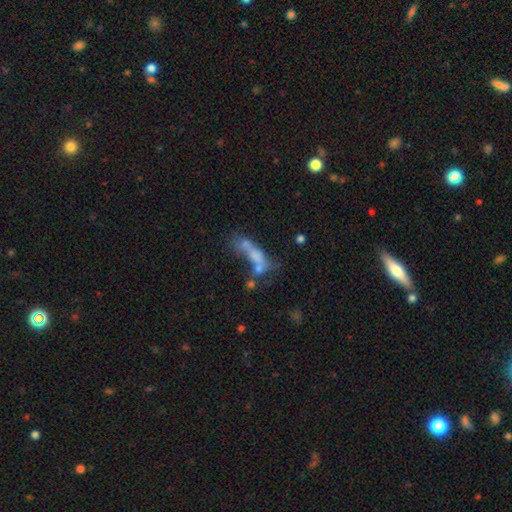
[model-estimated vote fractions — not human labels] Smooth or featured?
  - smooth: 49% *
  - featured or disk: 35%
  - star or artifact: 16%
Merging?
  - merger: 43% *
  - none: 24%
  - major disturbance: 20%
  - minor disturbance: 13%